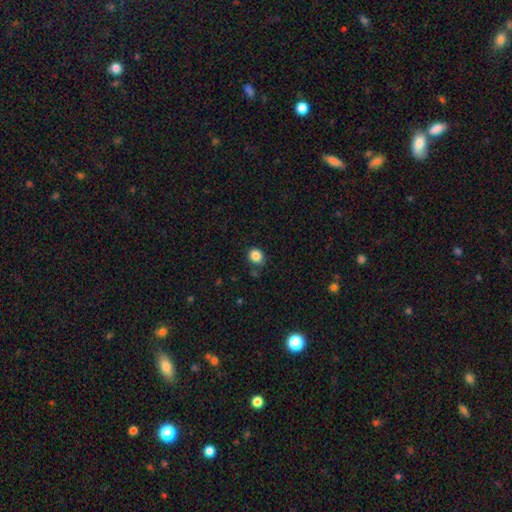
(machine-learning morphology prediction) Smooth or featured: smooth — 86% (star or artifact — 10%)
How rounded: round — 70% (in between — 29%)
Merging: none — 81% (minor disturbance — 12%)